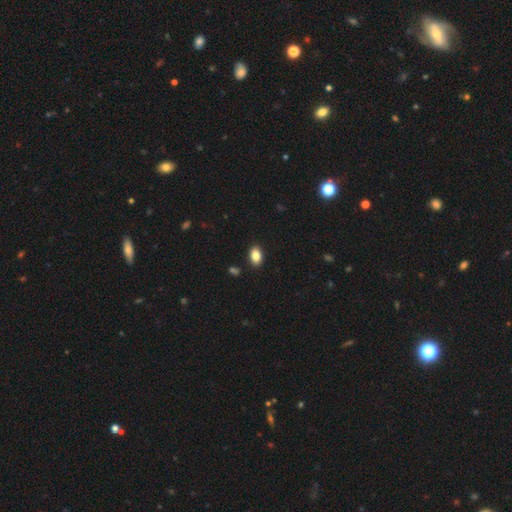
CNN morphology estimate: The model was most divided on "how rounded": in between: 86%, round: 12%, cigar-shaped: 2%. More confident: merging — none (89%); smooth or featured — smooth (84%).